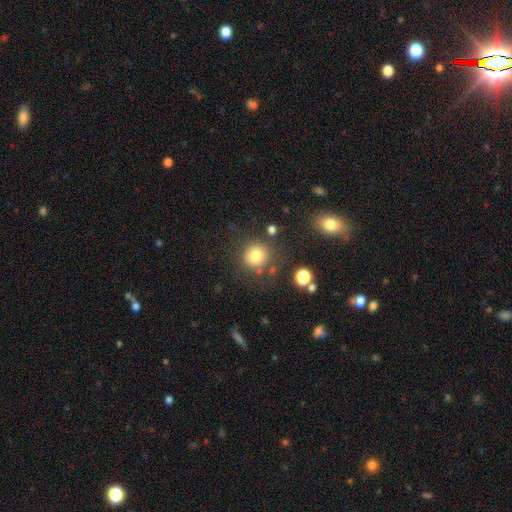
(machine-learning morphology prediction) smooth-or-featured: smooth: 79% | star or artifact: 13% | featured or disk: 8%
  how-rounded: round: 88% | in between: 11% | cigar-shaped: 1%
  merging: none: 77% | minor disturbance: 12% | merger: 7% | major disturbance: 5%